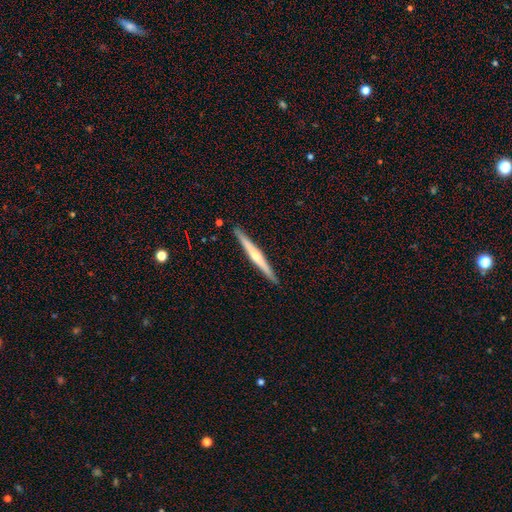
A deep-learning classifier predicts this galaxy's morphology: Smooth or featured: featured or disk — 67% (smooth — 28%)
Edge-on disk: yes — 98% (no — 2%)
Edge-on bulge: rounded — 73% (none — 22%)
Merging: none — 92% (minor disturbance — 6%)